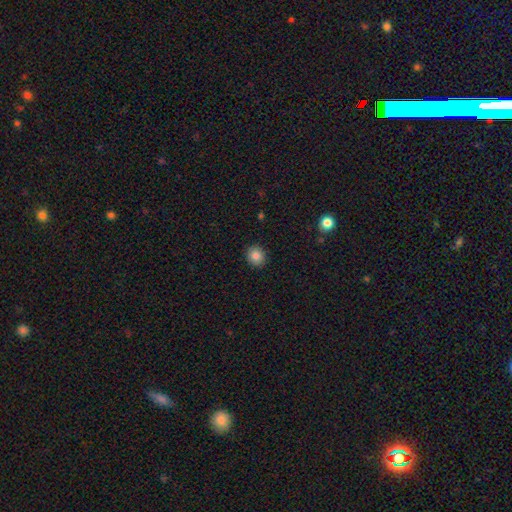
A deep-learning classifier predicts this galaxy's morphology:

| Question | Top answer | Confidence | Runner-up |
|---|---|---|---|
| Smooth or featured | smooth | 85% | star or artifact (10%) |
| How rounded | round | 81% | in between (18%) |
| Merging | none | 91% | minor disturbance (6%) |